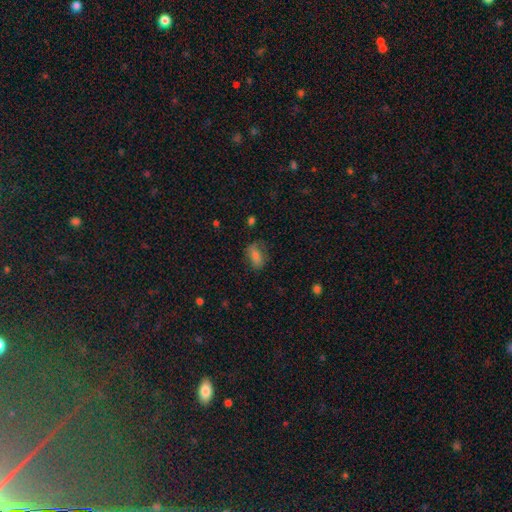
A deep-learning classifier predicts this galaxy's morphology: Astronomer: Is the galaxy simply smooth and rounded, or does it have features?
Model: smooth — 67%.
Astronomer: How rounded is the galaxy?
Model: in between — 79%.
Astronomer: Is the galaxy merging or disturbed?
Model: none — 68%.